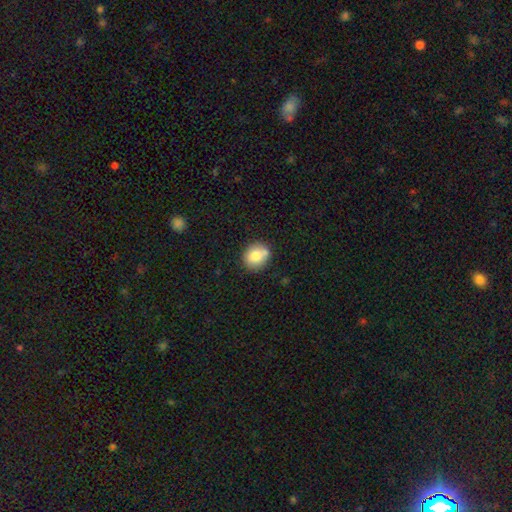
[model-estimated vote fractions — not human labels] Smooth or featured? Predicted: smooth (p=0.79). How rounded? Predicted: round (p=0.73). Merging? Predicted: none (p=0.71).